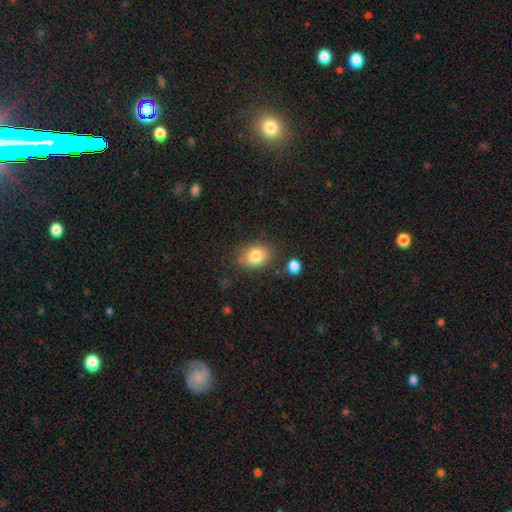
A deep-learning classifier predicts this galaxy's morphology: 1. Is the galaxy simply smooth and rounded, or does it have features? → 82% smooth, 9% star or artifact, 9% featured or disk.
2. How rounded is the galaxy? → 57% in between, 42% round, 1% cigar-shaped.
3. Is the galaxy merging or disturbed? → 78% none, 14% minor disturbance, 4% merger, 4% major disturbance.